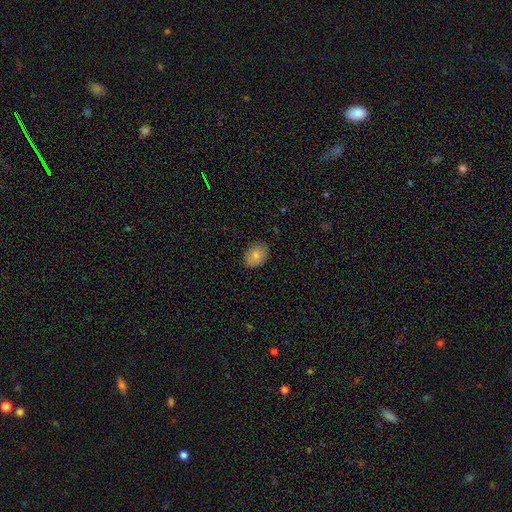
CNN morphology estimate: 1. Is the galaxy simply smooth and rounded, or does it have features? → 80% smooth, 12% featured or disk, 8% star or artifact.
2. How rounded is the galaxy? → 68% in between, 31% round, 1% cigar-shaped.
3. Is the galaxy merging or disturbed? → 83% none, 13% minor disturbance, 3% major disturbance, 1% merger.